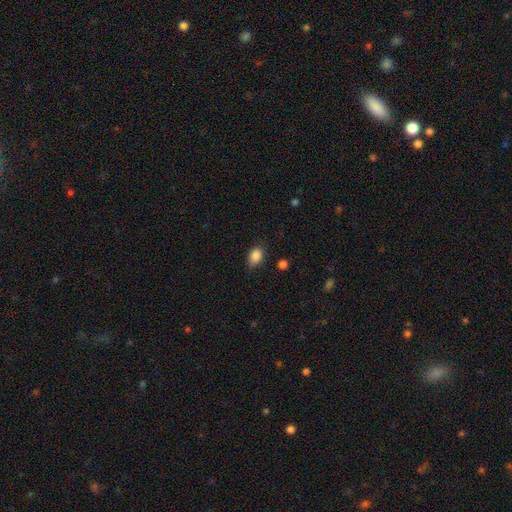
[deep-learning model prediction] smooth-or-featured: smooth: 87% | star or artifact: 9% | featured or disk: 4%
  how-rounded: in between: 79% | round: 20% | cigar-shaped: 1%
  merging: none: 76% | minor disturbance: 19% | major disturbance: 4% | merger: 1%